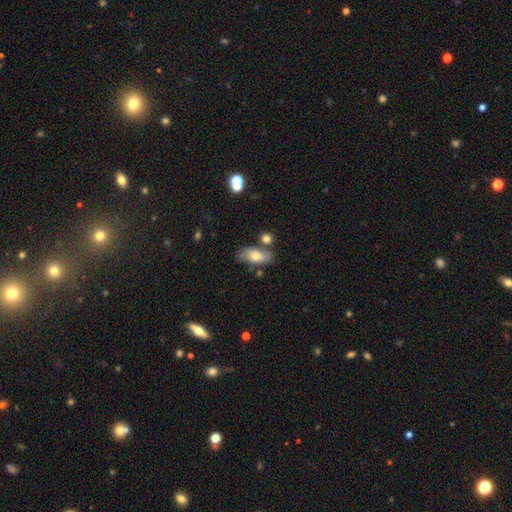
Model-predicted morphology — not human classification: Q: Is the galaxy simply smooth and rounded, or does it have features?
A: smooth — 69%.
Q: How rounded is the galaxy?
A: in between — 84%.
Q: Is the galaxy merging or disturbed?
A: none — 68%.